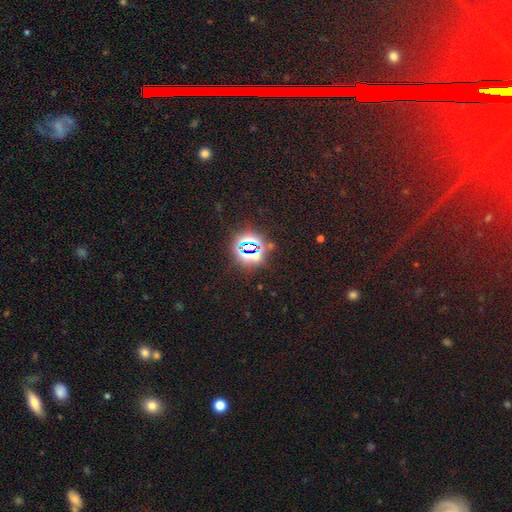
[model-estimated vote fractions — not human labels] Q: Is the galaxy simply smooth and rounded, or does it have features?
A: star or artifact — 78%.